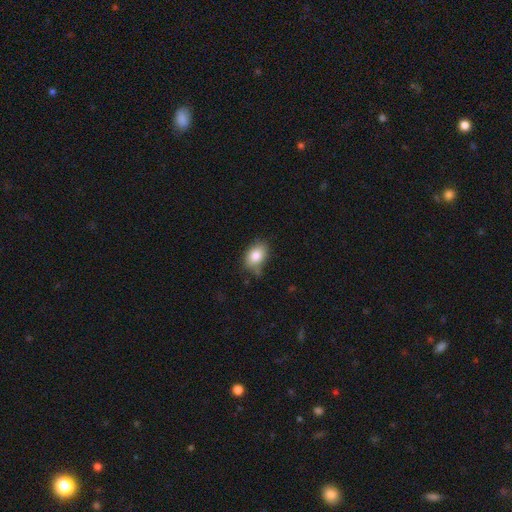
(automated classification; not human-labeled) Overall: smooth (83%). How rounded: in between (82%). Merging: none (66%; minor disturbance 26%).